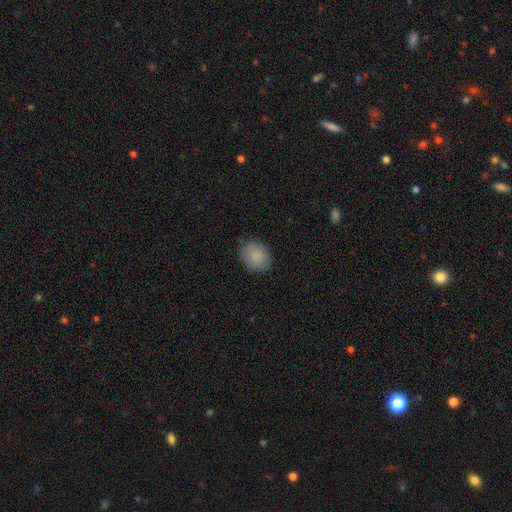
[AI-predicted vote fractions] smooth 88%, star or artifact 8%, featured or disk 5%. Down the decision tree: how rounded — in between (54%); merging — none (82%).